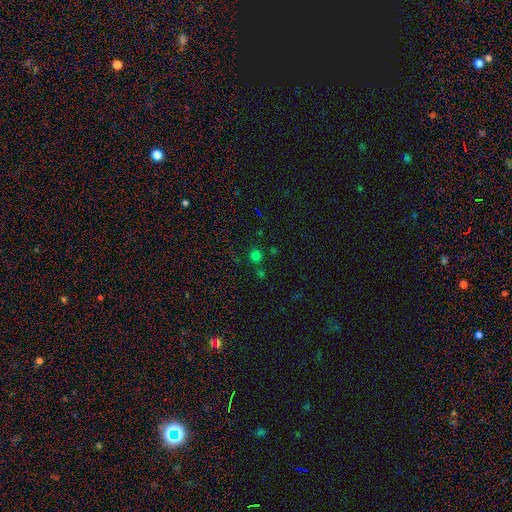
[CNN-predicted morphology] type=smooth (66%); roundness=round (91%); merging=none (76%).